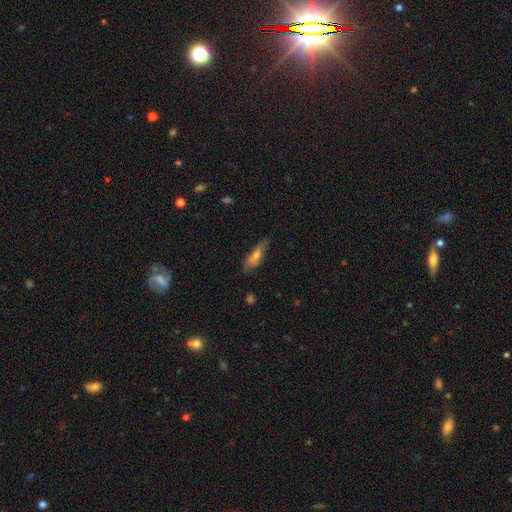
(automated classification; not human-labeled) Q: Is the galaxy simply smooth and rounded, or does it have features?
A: smooth — 56%.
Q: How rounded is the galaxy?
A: cigar-shaped — 66%.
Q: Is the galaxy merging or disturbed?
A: none — 78%.